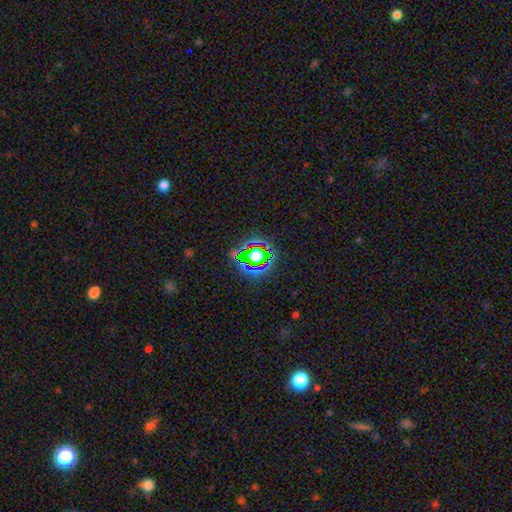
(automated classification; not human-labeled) star or artifact 59%, smooth 25%, featured or disk 16%.